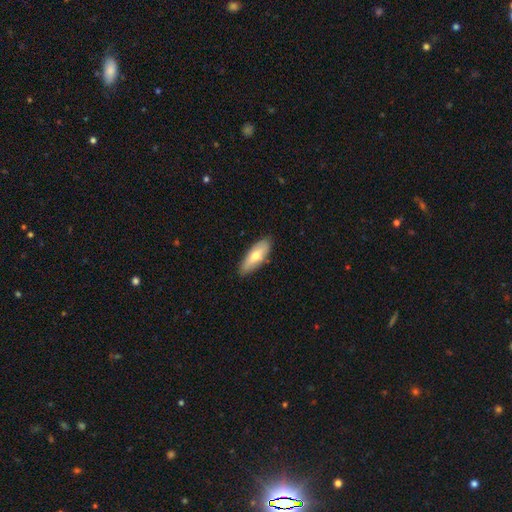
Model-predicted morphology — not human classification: Smooth or featured? Predicted: smooth (p=0.64). How rounded? Predicted: in between (p=0.69). Merging? Predicted: none (p=0.85).